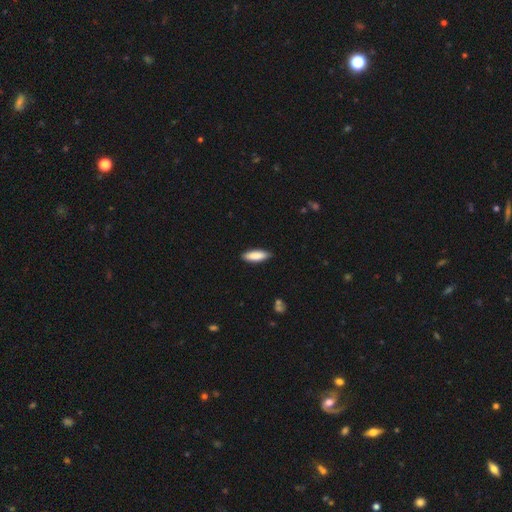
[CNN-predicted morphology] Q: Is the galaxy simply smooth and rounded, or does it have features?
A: smooth — 86%.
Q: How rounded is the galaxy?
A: in between — 56%.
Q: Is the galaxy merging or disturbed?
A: none — 87%.